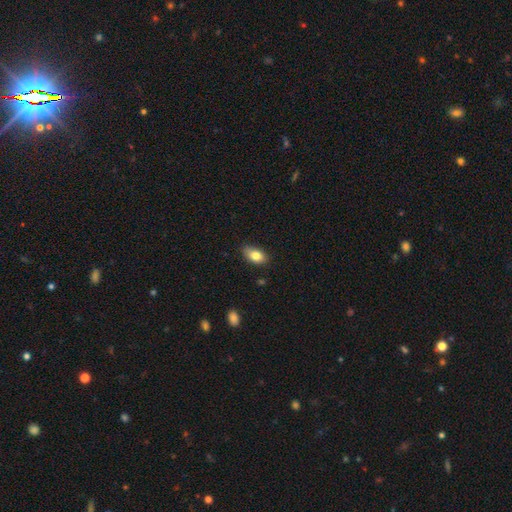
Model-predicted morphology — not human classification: Smooth or featured? smooth (81%)
How rounded? in between (88%)
Merging? none (75%)